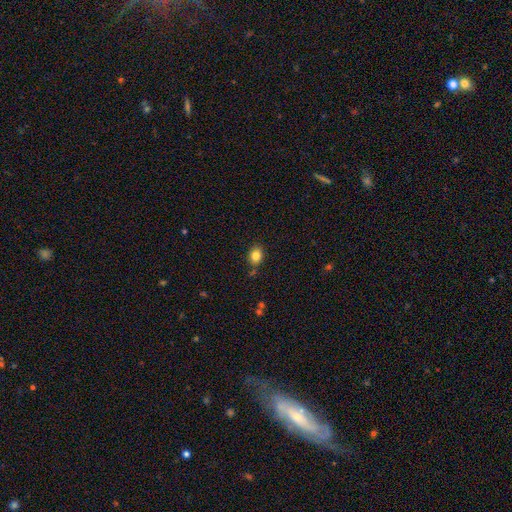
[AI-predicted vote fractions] A smooth galaxy with no disk features (83%) that is in between round and cigar-shaped (53%).

Vote fractions:
- Smooth or featured? smooth: 83% / star or artifact: 10% / featured or disk: 6%
- How rounded? in between: 53% / round: 46% / cigar-shaped: 1%
- Merging? none: 80% / minor disturbance: 13% / merger: 4% / major disturbance: 3%